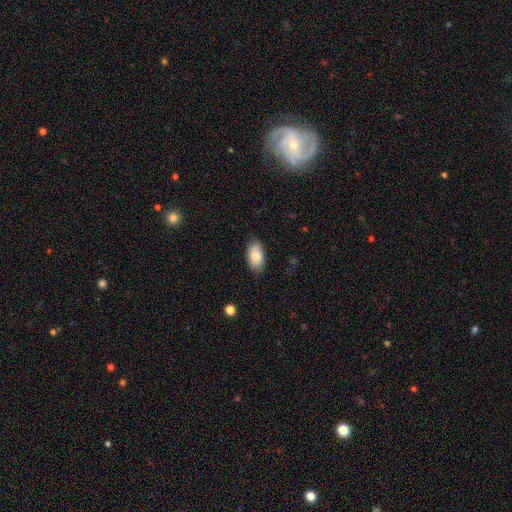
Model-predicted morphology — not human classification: Smooth or featured: smooth — 83% (featured or disk — 10%)
How rounded: in between — 94% (round — 4%)
Merging: none — 82% (minor disturbance — 14%)